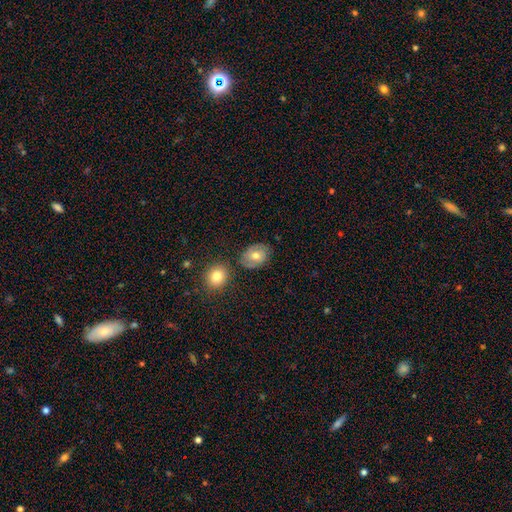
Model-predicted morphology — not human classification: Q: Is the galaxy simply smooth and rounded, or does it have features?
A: smooth — 66%.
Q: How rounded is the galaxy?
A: in between — 58%.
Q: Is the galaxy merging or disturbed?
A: none — 74%.